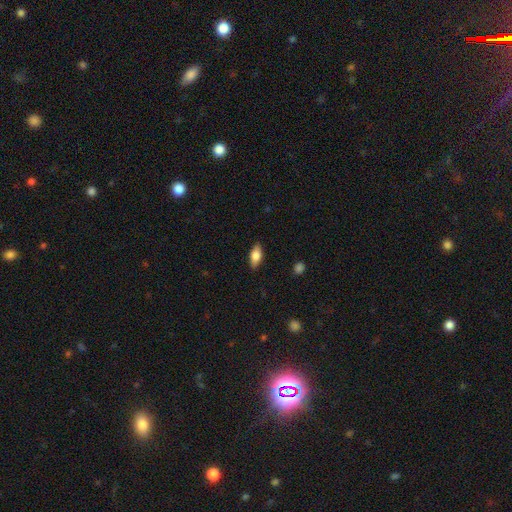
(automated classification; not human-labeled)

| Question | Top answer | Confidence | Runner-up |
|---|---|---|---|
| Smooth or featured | smooth | 74% | featured or disk (19%) |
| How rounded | in between | 85% | cigar-shaped (11%) |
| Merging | none | 87% | minor disturbance (10%) |